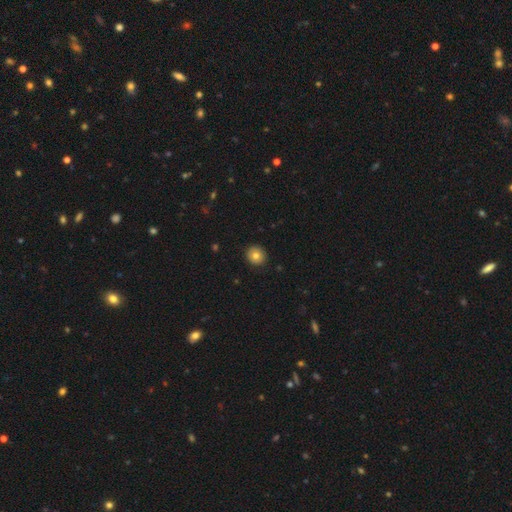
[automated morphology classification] Smooth or featured?
  - smooth: 78% *
  - featured or disk: 13%
  - star or artifact: 9%
How rounded?
  - round: 88% *
  - in between: 11%
  - cigar-shaped: 1%
Merging?
  - none: 90% *
  - minor disturbance: 7%
  - major disturbance: 2%
  - merger: 1%